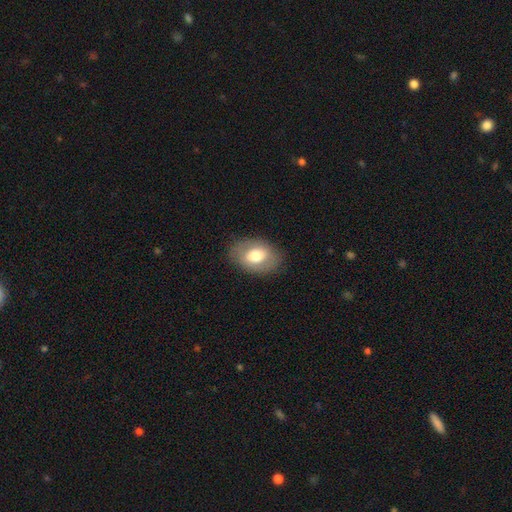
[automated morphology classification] Smooth or featured: smooth — 67% (featured or disk — 25%)
How rounded: in between — 82% (round — 17%)
Merging: none — 83% (minor disturbance — 11%)